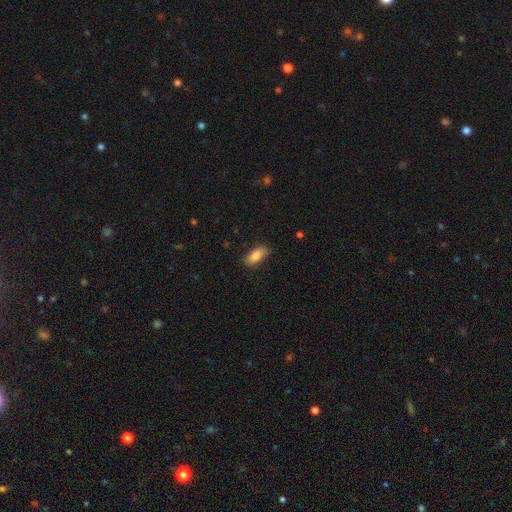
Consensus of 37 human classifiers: This appears to be a smooth galaxy with no disk features (70%) that is in between round and cigar-shaped (81%). Merging: none (82%).